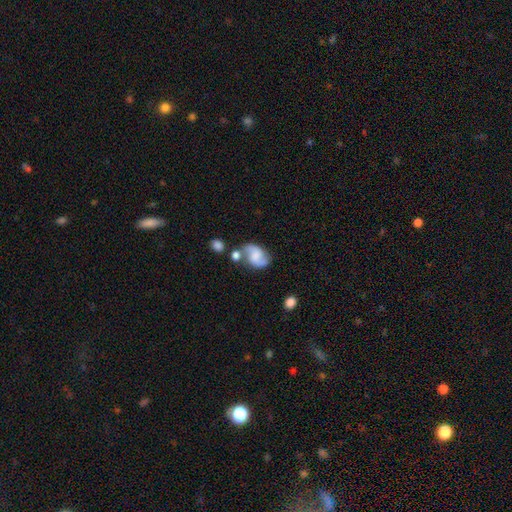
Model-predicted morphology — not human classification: A featured or disk galaxy (66%) with no bar (53%), 2 (91%) loose (46%) spiral arms (92%) and no central bulge (33%). Merging: none (51%).